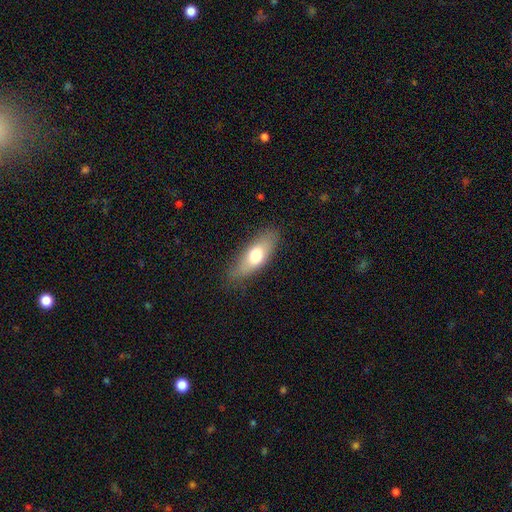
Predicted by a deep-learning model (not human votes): Smooth or featured? Predicted: smooth (p=0.67). How rounded? Predicted: in between (p=0.69). Merging? Predicted: none (p=0.80).